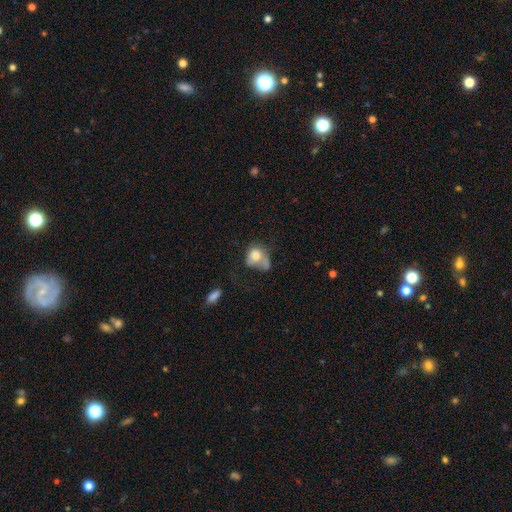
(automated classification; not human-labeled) A smooth galaxy with no disk features (70%) that is round (49%, tied with in between).

Vote fractions:
- Smooth or featured? smooth: 70% / featured or disk: 21% / star or artifact: 9%
- How rounded? round: 49% (tied) / in between: 49% (tied) / cigar-shaped: 1%
- Merging? major disturbance: 30% / none: 25% / minor disturbance: 24% / merger: 21%